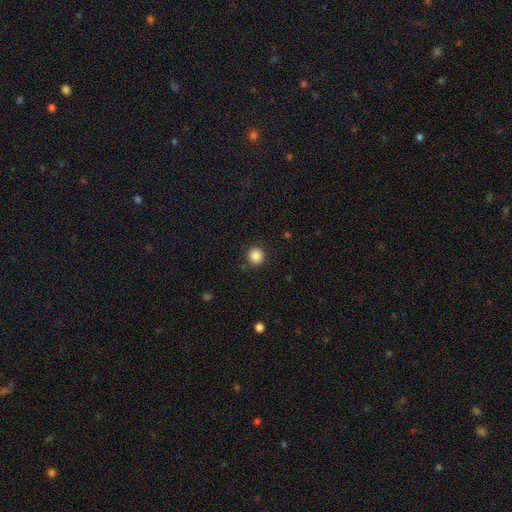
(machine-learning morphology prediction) This is clearly a smooth galaxy (87%). How rounded: clearly round (89%). Merging: clearly none (89%).